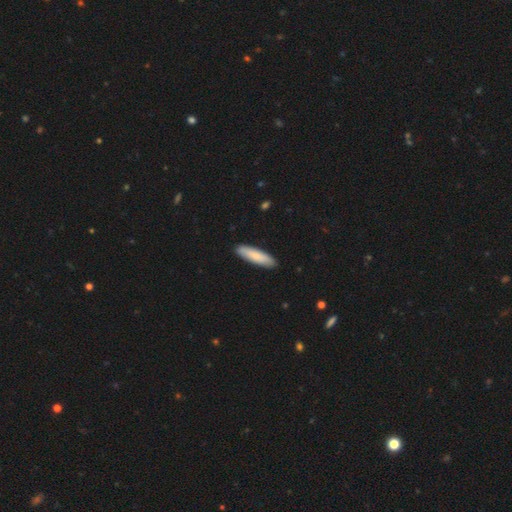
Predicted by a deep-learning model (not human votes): Q: Smooth or featured?
A: smooth (79%); runner-up: featured or disk (16%)
Q: How rounded?
A: cigar-shaped (72%); runner-up: in between (26%)
Q: Merging?
A: none (91%); runner-up: minor disturbance (7%)